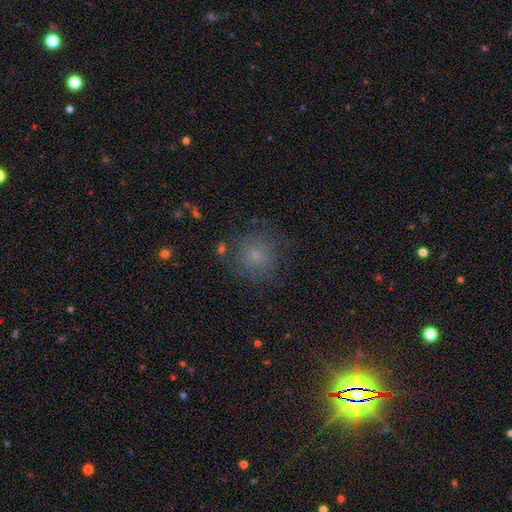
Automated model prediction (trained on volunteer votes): This appears to be a smooth galaxy with no disk features (65%) that is round (87%). Merging: none (73%).